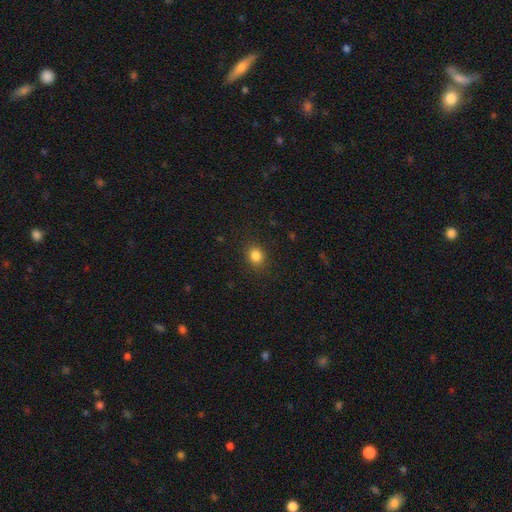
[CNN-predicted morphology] Smooth or featured? smooth (84%)
How rounded? round (59%)
Merging? none (87%)